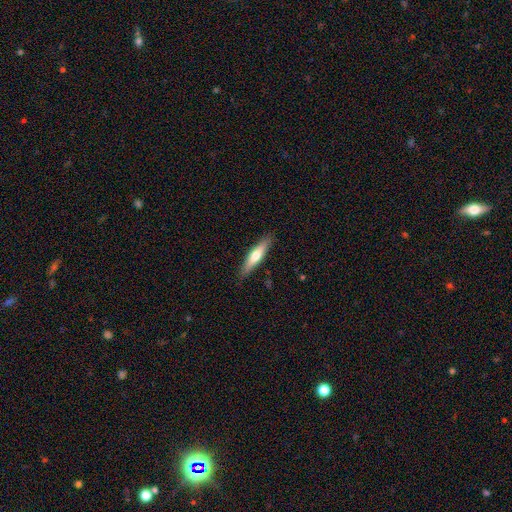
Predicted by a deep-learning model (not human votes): This appears to be a smooth galaxy with no disk features (56%) that is cigar-shaped (78%). Merging: none (86%).